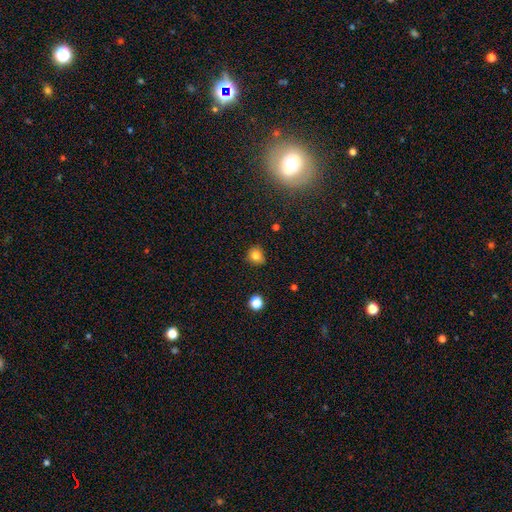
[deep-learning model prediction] This appears to be a smooth galaxy with no disk features (81%) that is round (79%). Merging: none (78%).